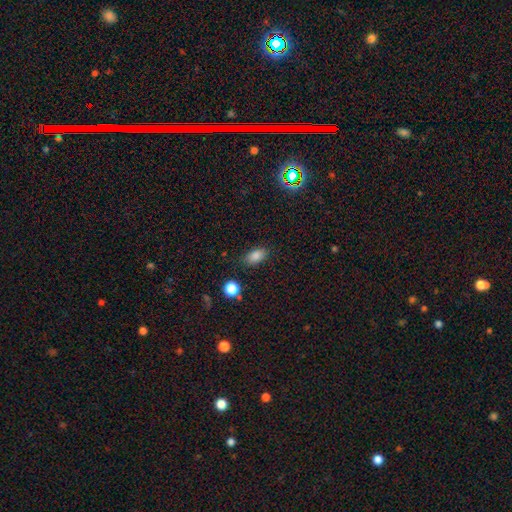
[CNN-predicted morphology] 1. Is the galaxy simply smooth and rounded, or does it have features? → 83% smooth, 11% star or artifact, 6% featured or disk.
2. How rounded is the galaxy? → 88% in between, 9% round, 3% cigar-shaped.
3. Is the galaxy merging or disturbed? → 83% none, 12% minor disturbance, 3% major disturbance, 2% merger.